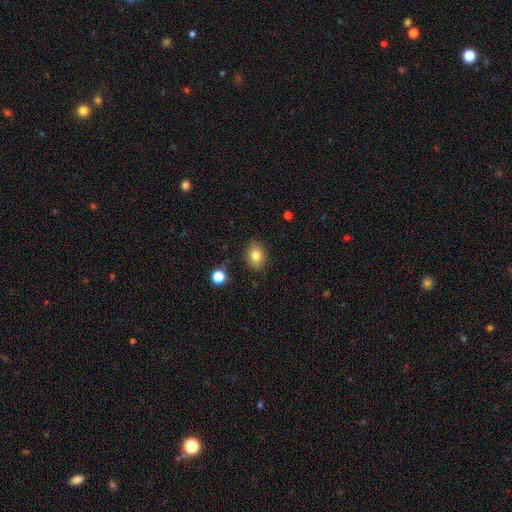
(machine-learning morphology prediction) A smooth galaxy with no disk features (81%) that is in between round and cigar-shaped (62%).

Vote fractions:
- Smooth or featured? smooth: 81% / star or artifact: 10% / featured or disk: 9%
- How rounded? in between: 62% / round: 37% / cigar-shaped: 1%
- Merging? none: 86% / minor disturbance: 10% / major disturbance: 2% / merger: 2%